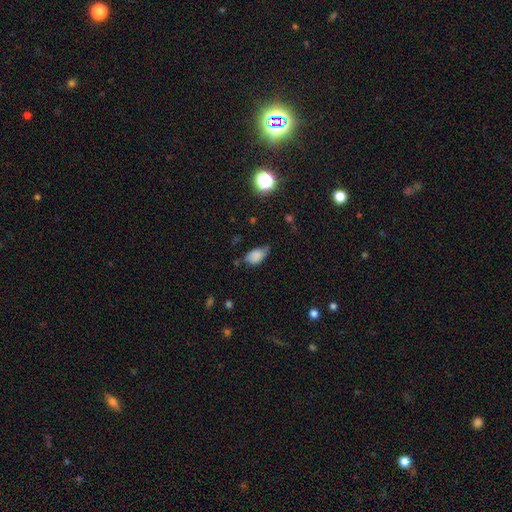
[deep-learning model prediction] smooth 81%, star or artifact 10%, featured or disk 10%. Down the decision tree: how rounded — in between (90%); merging — none (46%).